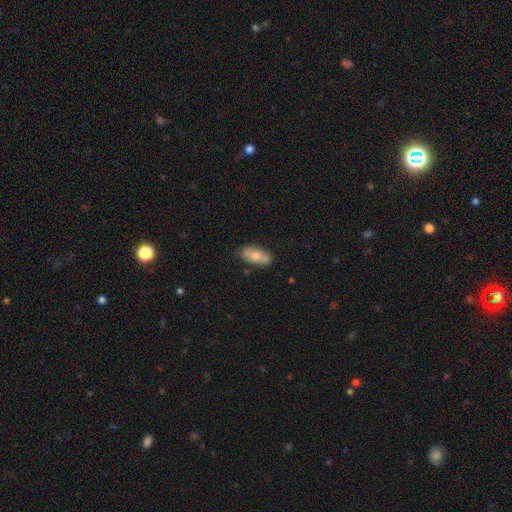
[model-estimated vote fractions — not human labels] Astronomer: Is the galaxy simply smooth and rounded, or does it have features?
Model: smooth — 71%.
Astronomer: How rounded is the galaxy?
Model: in between — 90%.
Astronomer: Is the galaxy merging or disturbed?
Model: none — 83%.